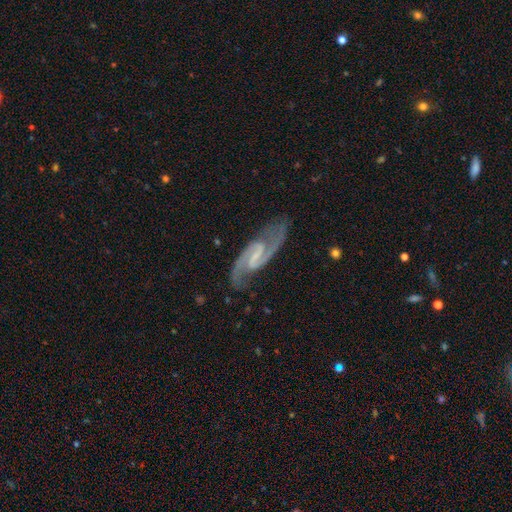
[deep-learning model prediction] smooth-or-featured: featured or disk: 93% | star or artifact: 4% | smooth: 3%
  disk-edge-on: no: 97% | yes: 3%
    bar: weak: 47% | strong: 39% | no: 14%
    has-spiral-arms: yes: 98% | no: 2%
      spiral-winding: medium: 62% | loose: 22% | tight: 17%
      spiral-arm-count: 2: 94% | can't tell: 2% | 1: 1% | 3: 1% | 4: 1% | more than 4: 1%
    bulge-size: small: 47% | none: 39% | moderate: 12% | large: 1% | dominant: 1%
  merging: none: 82% | minor disturbance: 12% | major disturbance: 4% | merger: 1%